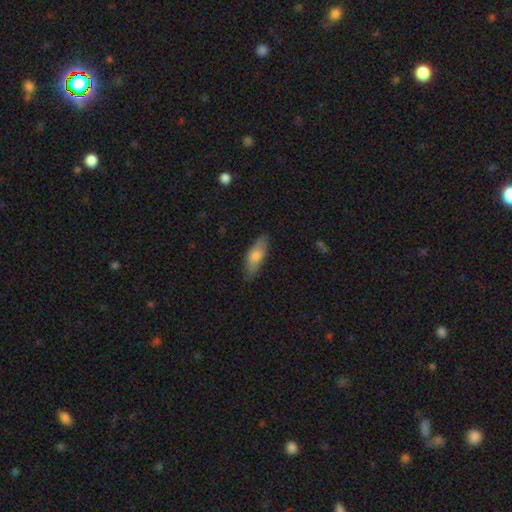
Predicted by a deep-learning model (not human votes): Smooth or featured? Predicted: smooth (p=0.74). How rounded? Predicted: in between (p=0.68). Merging? Predicted: none (p=0.78).